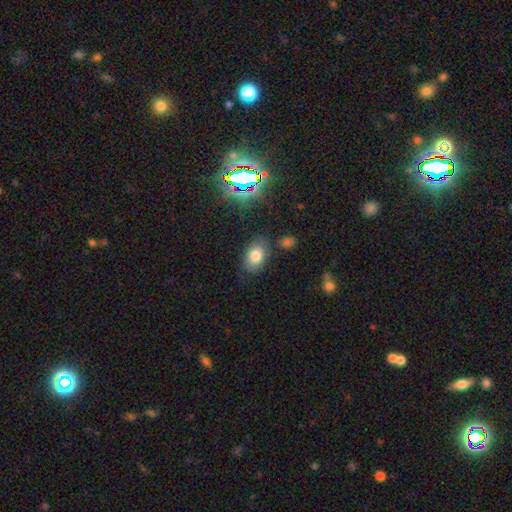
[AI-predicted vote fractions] Morphology: type=smooth (76%); roundness=in between (84%); merging=none (77%).